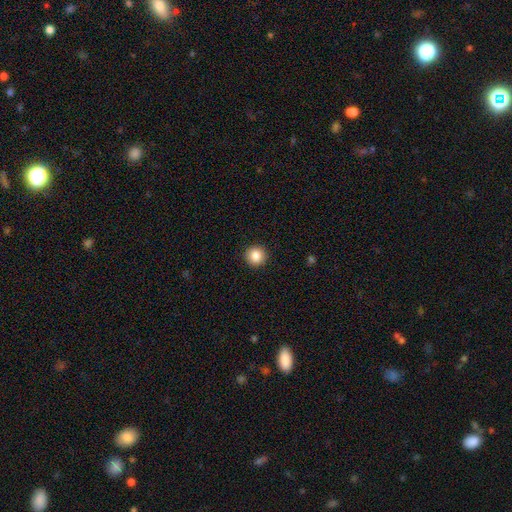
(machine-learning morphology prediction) The model was most divided on "smooth or featured": smooth: 87%, star or artifact: 9%, featured or disk: 4%. More confident: how rounded — round (95%); merging — none (93%).